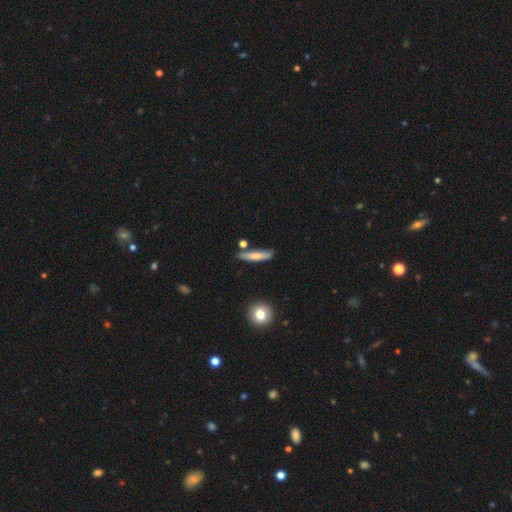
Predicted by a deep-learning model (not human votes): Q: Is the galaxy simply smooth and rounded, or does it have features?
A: smooth — 67%.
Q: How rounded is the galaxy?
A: cigar-shaped — 84%.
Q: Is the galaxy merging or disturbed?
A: none — 74%.